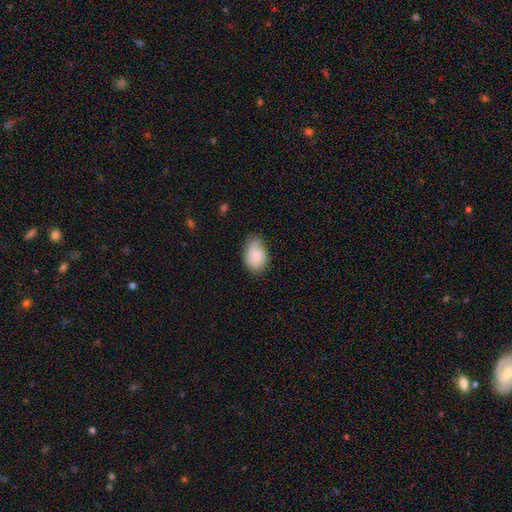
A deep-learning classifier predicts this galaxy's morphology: smooth-or-featured: smooth: 64% | featured or disk: 28% | star or artifact: 7%
  how-rounded: in between: 76% | round: 23% | cigar-shaped: 1%
  merging: none: 57% | minor disturbance: 32% | major disturbance: 10% | merger: 2%